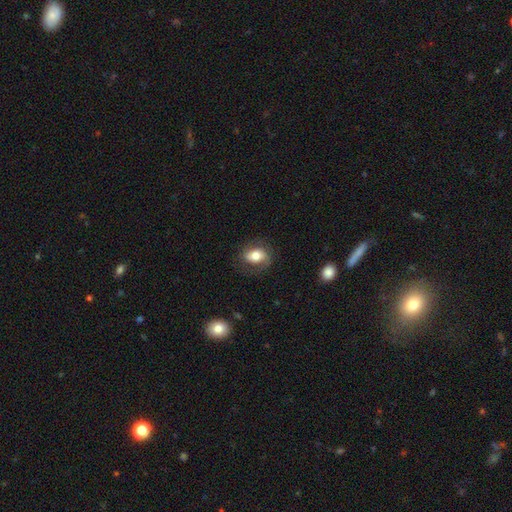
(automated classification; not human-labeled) A smooth galaxy with no disk features (58%) that is in between round and cigar-shaped (71%).

Vote fractions:
- Smooth or featured? smooth: 58% / featured or disk: 34% / star or artifact: 8%
- How rounded? in between: 71% / round: 27% / cigar-shaped: 2%
- Merging? none: 71% / minor disturbance: 18% / major disturbance: 10% / merger: 1%